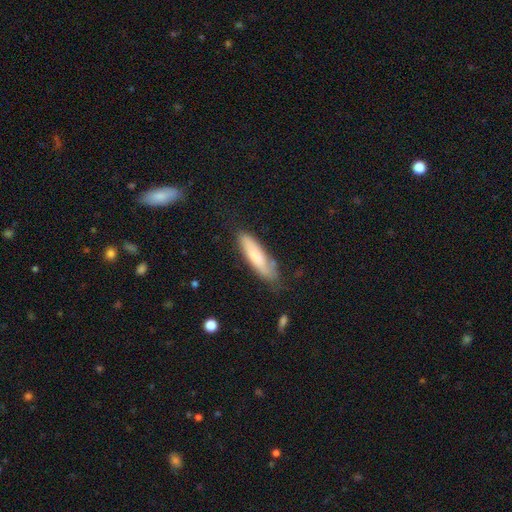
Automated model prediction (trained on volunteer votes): Q: Smooth or featured?
A: smooth (75%); runner-up: featured or disk (19%)
Q: How rounded?
A: cigar-shaped (68%); runner-up: in between (30%)
Q: Merging?
A: none (70%); runner-up: minor disturbance (22%)